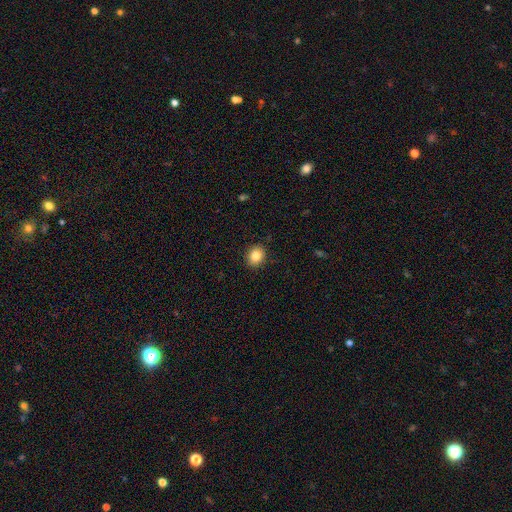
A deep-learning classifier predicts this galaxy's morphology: smooth-or-featured: smooth: 85% | star or artifact: 9% | featured or disk: 6%
  how-rounded: round: 57% | in between: 42% | cigar-shaped: 1%
  merging: none: 89% | minor disturbance: 8% | major disturbance: 2% | merger: 1%